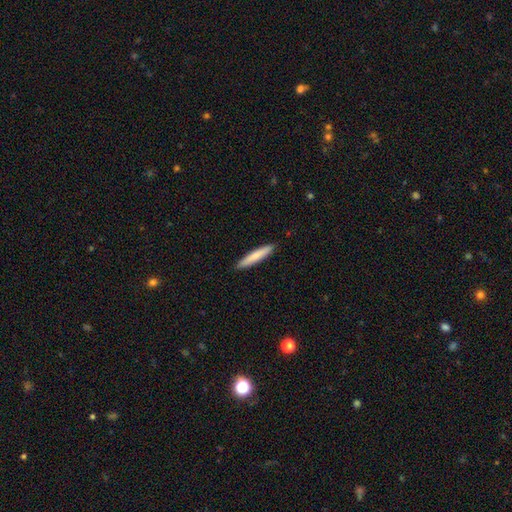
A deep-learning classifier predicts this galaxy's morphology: Overall: smooth (77%). How rounded: cigar-shaped (92%). Merging: none (91%).